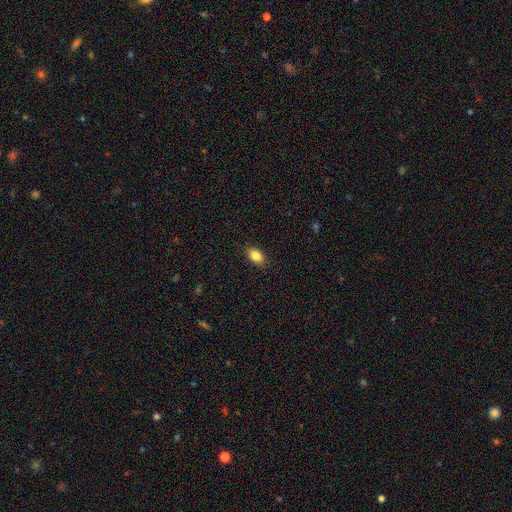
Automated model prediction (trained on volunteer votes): Smooth or featured? smooth (85%)
How rounded? in between (86%)
Merging? none (89%)